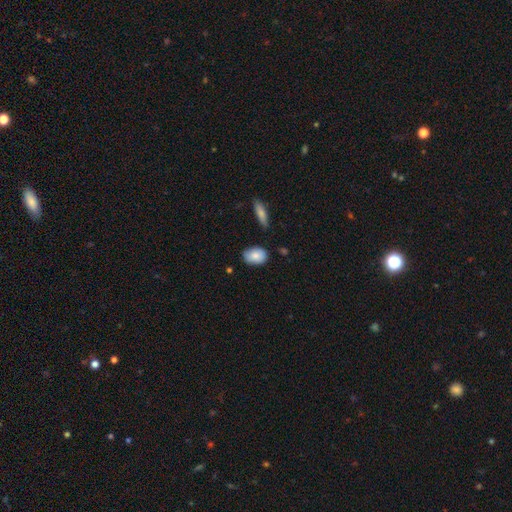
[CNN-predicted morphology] The model was most divided on "merging": none: 75%, minor disturbance: 20%, major disturbance: 3%, merger: 3%. More confident: smooth or featured — smooth (82%); how rounded — in between (80%).